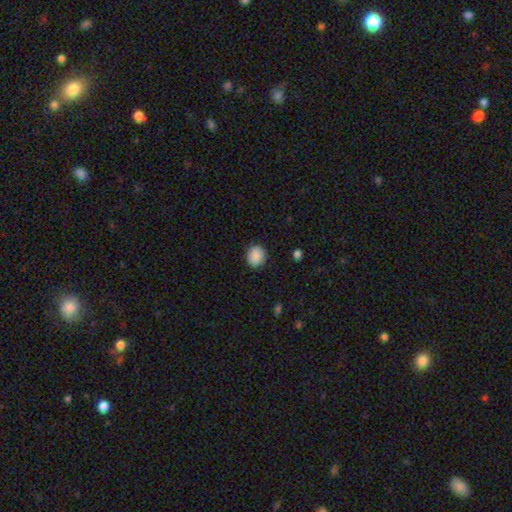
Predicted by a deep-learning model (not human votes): Q: Smooth or featured?
A: smooth (89%); runner-up: star or artifact (8%)
Q: How rounded?
A: round (72%); runner-up: in between (27%)
Q: Merging?
A: none (88%); runner-up: minor disturbance (9%)